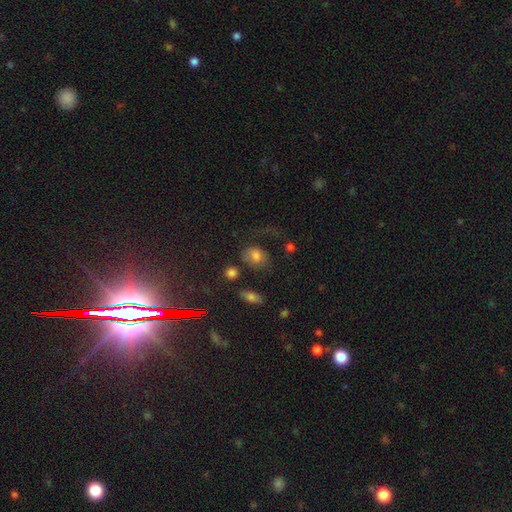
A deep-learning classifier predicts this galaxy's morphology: Q: Smooth or featured?
A: smooth (70%); runner-up: featured or disk (18%)
Q: How rounded?
A: in between (63%); runner-up: round (35%)
Q: Merging?
A: none (41%); runner-up: major disturbance (29%)